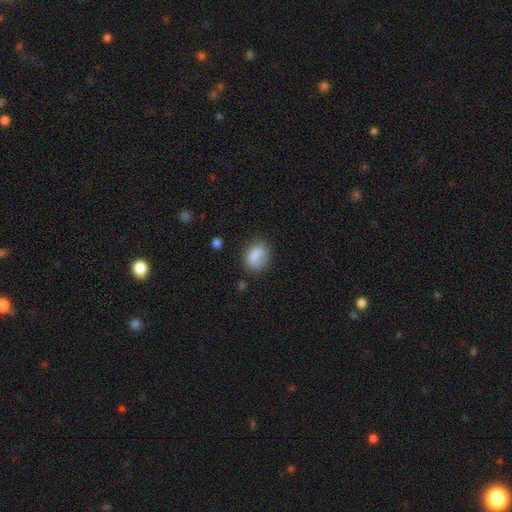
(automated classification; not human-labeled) Morphology: type=smooth (81%); roundness=in between (54%); merging=none (64%).